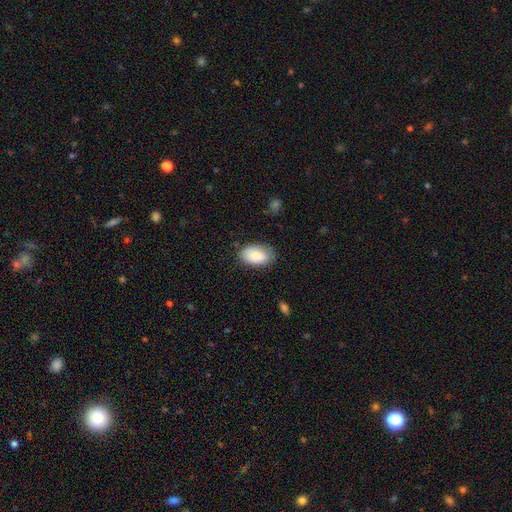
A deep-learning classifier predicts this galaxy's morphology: The model was most divided on "merging": none: 75%, minor disturbance: 19%, major disturbance: 4%, merger: 1%. More confident: how rounded — in between (93%); smooth or featured — smooth (83%).